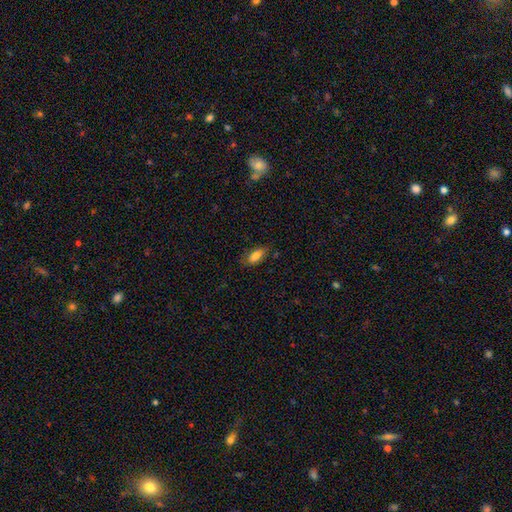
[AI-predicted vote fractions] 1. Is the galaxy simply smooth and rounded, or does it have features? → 80% smooth, 12% featured or disk, 8% star or artifact.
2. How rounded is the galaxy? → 79% in between, 18% cigar-shaped, 3% round.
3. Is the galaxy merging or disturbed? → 75% none, 19% minor disturbance, 4% major disturbance, 2% merger.